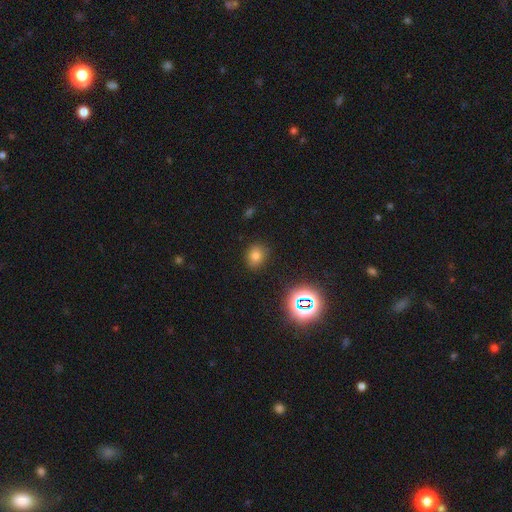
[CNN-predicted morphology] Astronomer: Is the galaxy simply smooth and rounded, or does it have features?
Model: smooth — 72%.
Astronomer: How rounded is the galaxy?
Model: round — 57% (runner-up: in between, 42%).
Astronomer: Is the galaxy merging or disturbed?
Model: none — 85%.